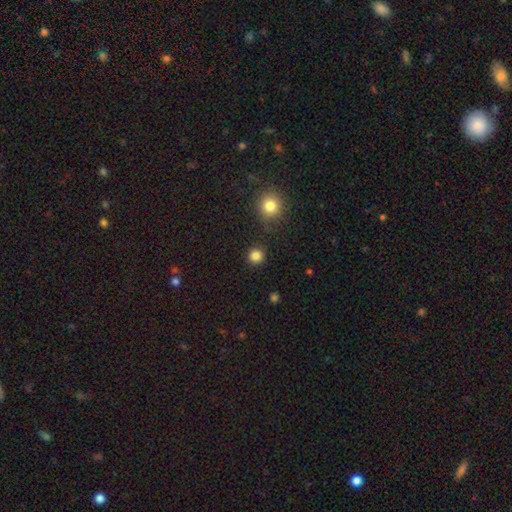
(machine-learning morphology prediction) The model was most divided on "smooth or featured": smooth: 84%, star or artifact: 13%, featured or disk: 3%. More confident: how rounded — round (93%); merging — none (90%).